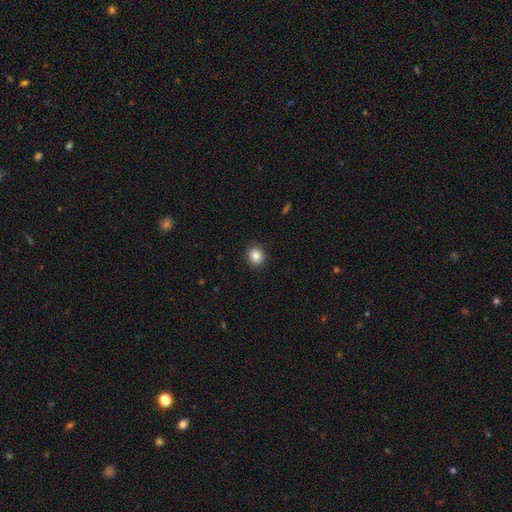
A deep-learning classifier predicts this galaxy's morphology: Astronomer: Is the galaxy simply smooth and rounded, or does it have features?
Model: smooth — 86%.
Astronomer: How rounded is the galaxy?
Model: round — 81%.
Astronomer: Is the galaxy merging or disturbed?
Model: none — 91%.